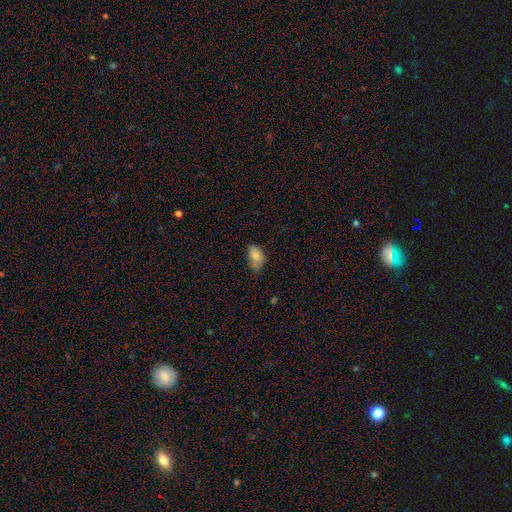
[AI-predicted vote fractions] The model was most divided on "merging": none: 52%, minor disturbance: 38%, major disturbance: 8%, merger: 2%. More confident: how rounded — in between (90%); smooth or featured — smooth (81%).